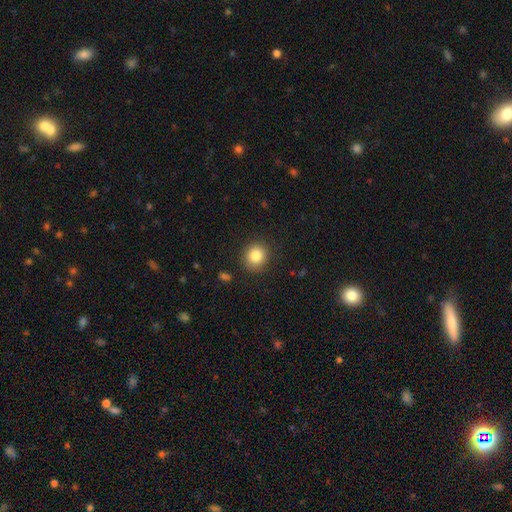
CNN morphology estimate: Smooth or featured? smooth (84%)
How rounded? round (87%)
Merging? none (88%)